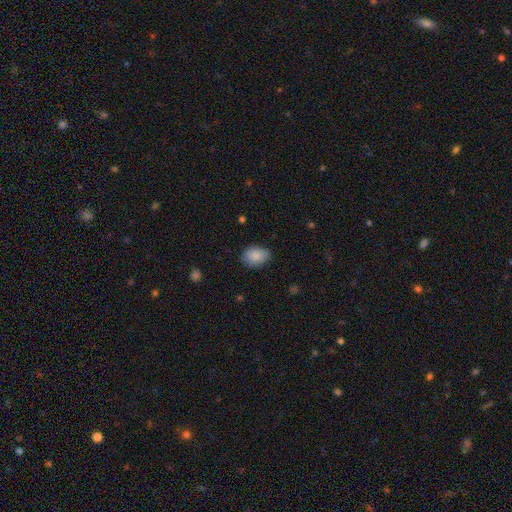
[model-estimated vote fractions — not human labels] Smooth or featured: smooth — 87% (star or artifact — 7%)
How rounded: in between — 71% (round — 28%)
Merging: none — 78% (minor disturbance — 17%)